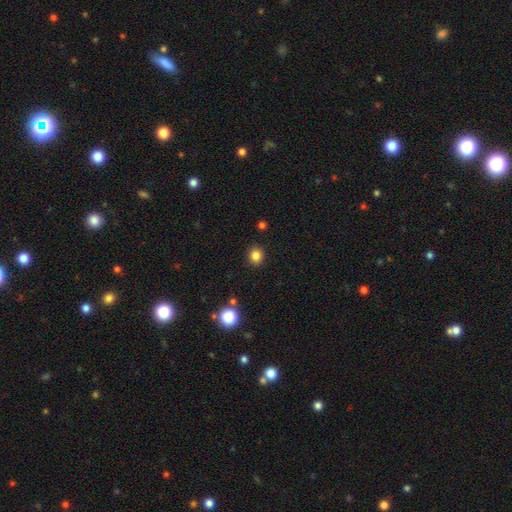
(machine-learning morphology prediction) smooth 83%, star or artifact 12%, featured or disk 5%. Down the decision tree: how rounded — round (82%); merging — none (90%).